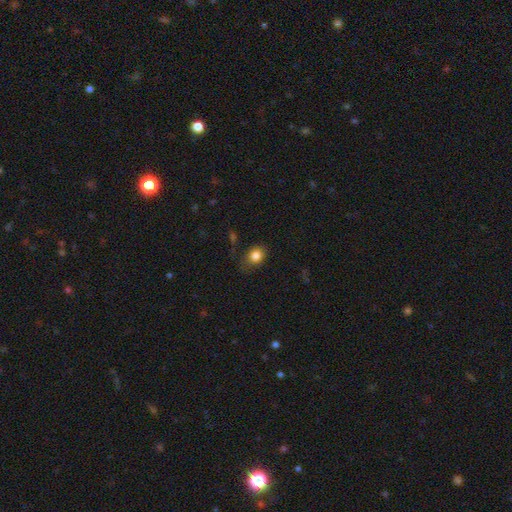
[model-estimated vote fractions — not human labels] This is clearly a smooth galaxy (82%). How rounded: possibly in between (53%). Merging: likely none (68%).